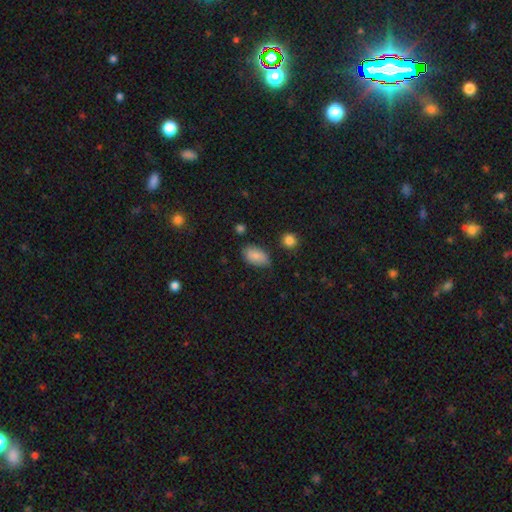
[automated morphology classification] This appears to be a smooth galaxy with no disk features (83%) that is in between round and cigar-shaped (91%). Merging: none (63%).